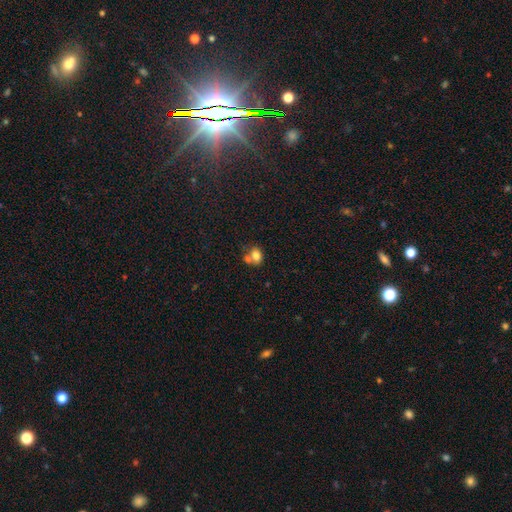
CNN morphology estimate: Overall: smooth (77%). How rounded: in between (67%; round 32%). Merging: merger (43%; none 40%).